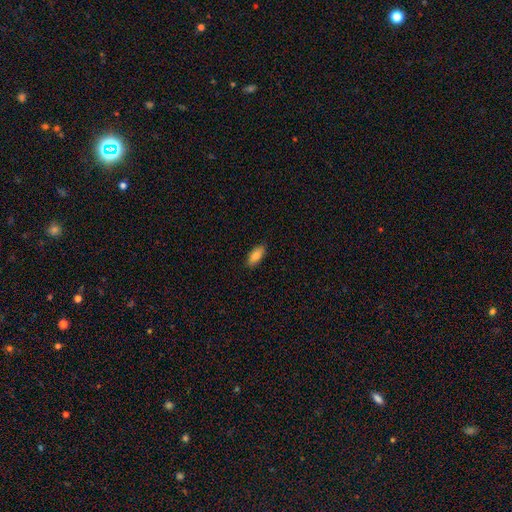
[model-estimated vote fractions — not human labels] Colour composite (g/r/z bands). It shows a smooth galaxy with no disk features (81%) that is in between round and cigar-shaped (85%). Merging: none (88%).